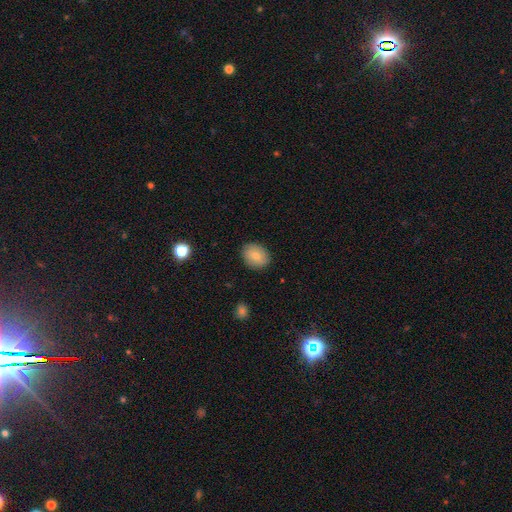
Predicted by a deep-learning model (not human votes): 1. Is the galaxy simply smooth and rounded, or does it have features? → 76% smooth, 15% featured or disk, 9% star or artifact.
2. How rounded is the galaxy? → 50% in between, 49% round, 1% cigar-shaped.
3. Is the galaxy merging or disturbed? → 87% none, 10% minor disturbance, 2% major disturbance, 1% merger.